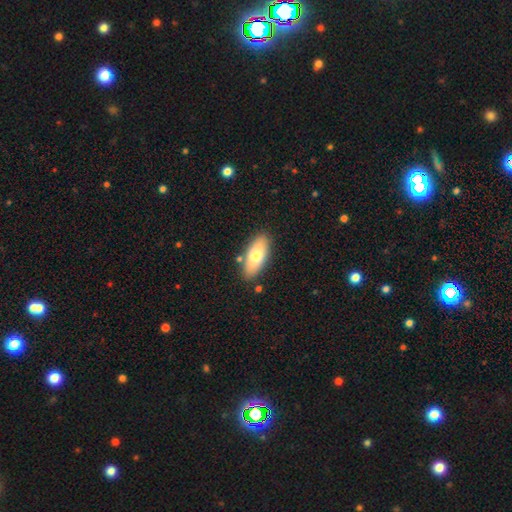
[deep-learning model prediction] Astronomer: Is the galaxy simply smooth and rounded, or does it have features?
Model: smooth — 69%.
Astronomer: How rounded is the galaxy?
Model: in between — 83%.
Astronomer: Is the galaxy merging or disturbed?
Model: none — 84%.